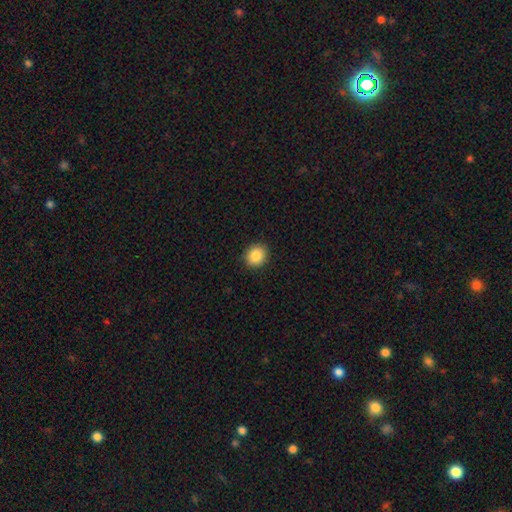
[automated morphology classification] Smooth or featured?
  - smooth: 87% *
  - star or artifact: 9%
  - featured or disk: 5%
How rounded?
  - round: 75% *
  - in between: 24%
  - cigar-shaped: 1%
Merging?
  - none: 91% *
  - minor disturbance: 6%
  - major disturbance: 2%
  - merger: 1%